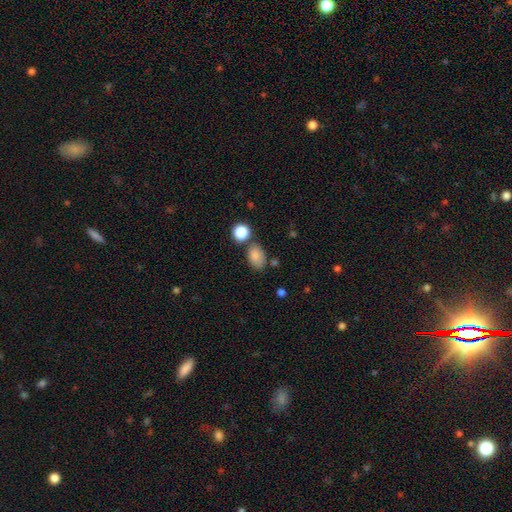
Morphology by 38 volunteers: Smooth or featured?
  - smooth: 87% *
  - star or artifact: 8%
  - featured or disk: 5%
How rounded?
  - in between: 91% *
  - round: 9%
  - cigar-shaped: 0%
Merging?
  - none: 71% *
  - minor disturbance: 17%
  - merger: 9%
  - major disturbance: 3%